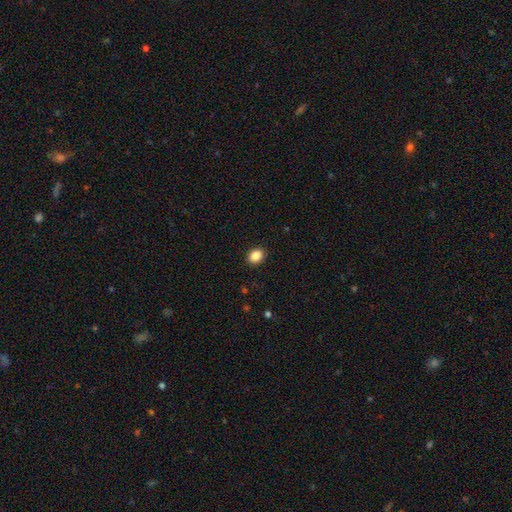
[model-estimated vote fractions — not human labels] smooth-or-featured: smooth: 87% | star or artifact: 9% | featured or disk: 4%
  how-rounded: in between: 63% | round: 36% | cigar-shaped: 1%
  merging: none: 90% | minor disturbance: 7% | major disturbance: 2% | merger: 1%